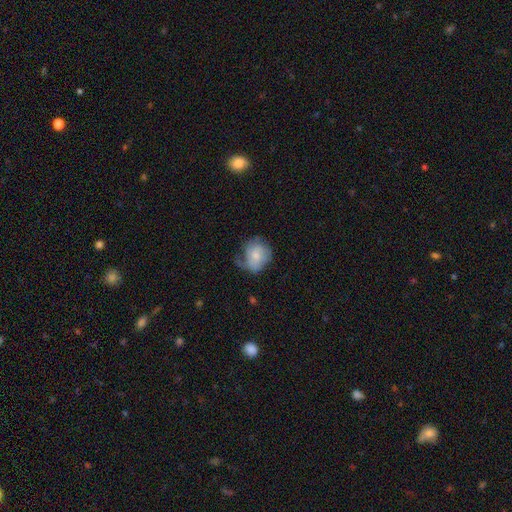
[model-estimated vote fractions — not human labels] A smooth galaxy with no disk features (56%) that is round (63%).

Vote fractions:
- Smooth or featured? smooth: 56% / featured or disk: 36% / star or artifact: 7%
- How rounded? round: 63% / in between: 36% / cigar-shaped: 1%
- Merging? none: 43% / minor disturbance: 34% / major disturbance: 21% / merger: 3%